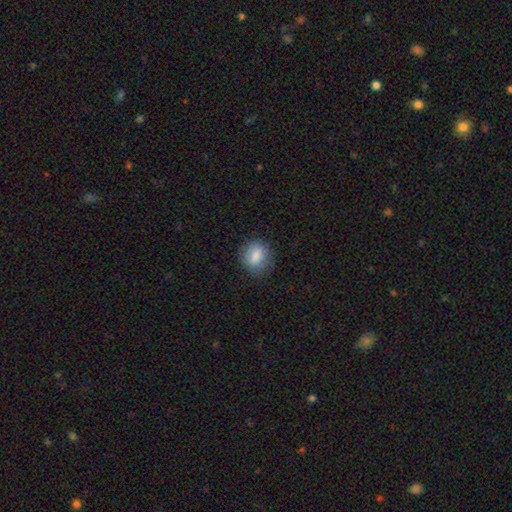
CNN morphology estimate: Overall: smooth (85%). How rounded: round (64%; in between 35%). Merging: none (79%).